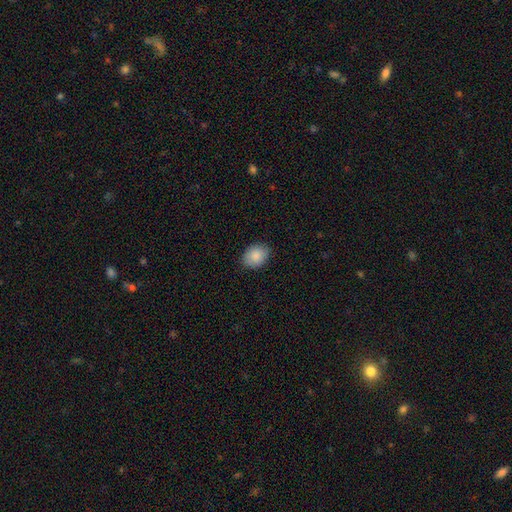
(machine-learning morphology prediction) Overall: smooth (88%). How rounded: in between (67%; round 32%). Merging: none (85%).